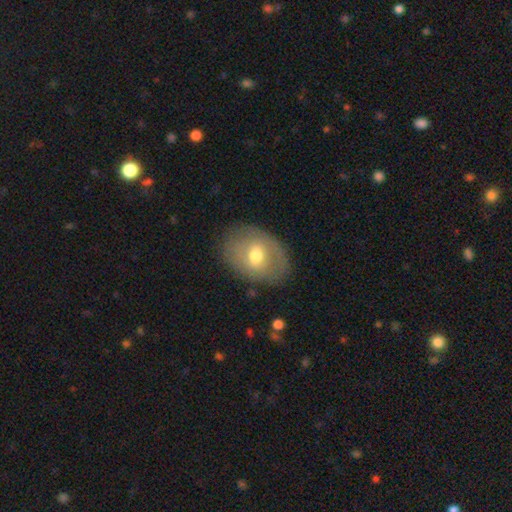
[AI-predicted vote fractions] This is possibly a smooth galaxy (54%). How rounded: likely in between (72%). Merging: likely none (79%).